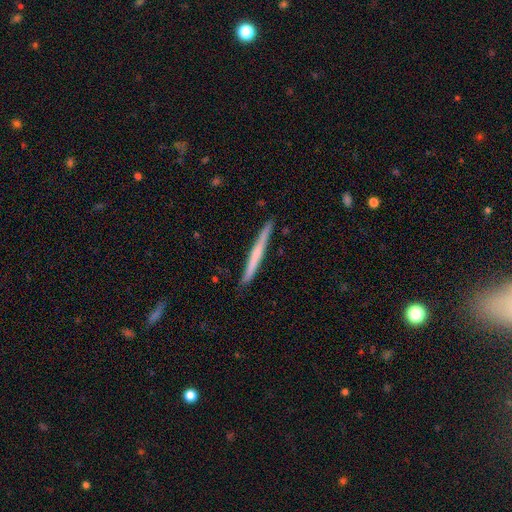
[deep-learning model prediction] Smooth or featured: featured or disk — 49% (smooth — 46%)
Merging: none — 91% (minor disturbance — 7%)